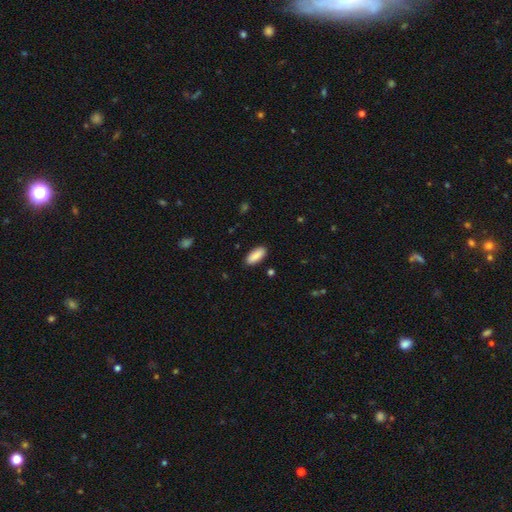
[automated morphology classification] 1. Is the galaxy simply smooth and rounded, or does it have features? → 90% smooth, 6% star or artifact, 4% featured or disk.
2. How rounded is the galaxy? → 82% in between, 16% cigar-shaped, 2% round.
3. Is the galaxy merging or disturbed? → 89% none, 8% minor disturbance, 2% major disturbance, 1% merger.